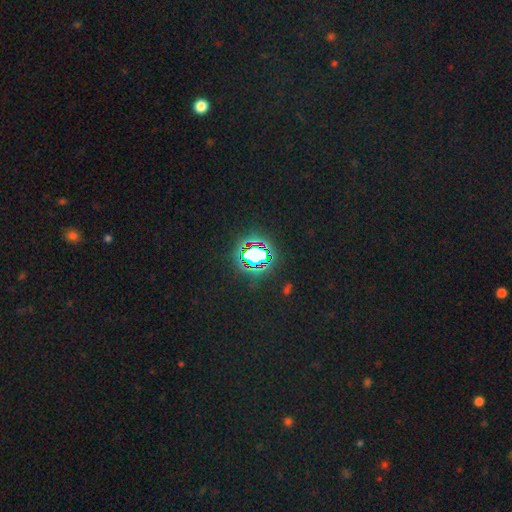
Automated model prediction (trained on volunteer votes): This appears to be a star or artifact, not a galaxy (71%).